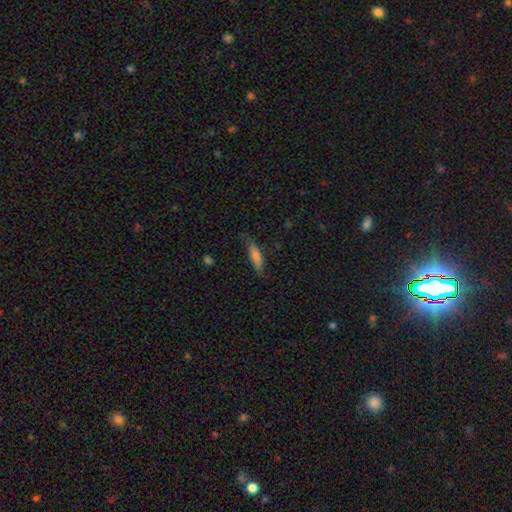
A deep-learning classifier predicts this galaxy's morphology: smooth 75%, featured or disk 17%, star or artifact 8%. Down the decision tree: how rounded — cigar-shaped (68%); merging — none (71%).